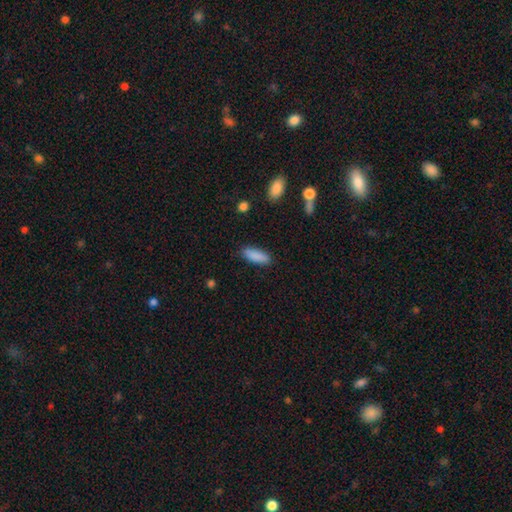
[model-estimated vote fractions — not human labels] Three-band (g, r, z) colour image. It shows a smooth galaxy with no disk features (89%) that is in between round and cigar-shaped (59%). Merging: none (87%).